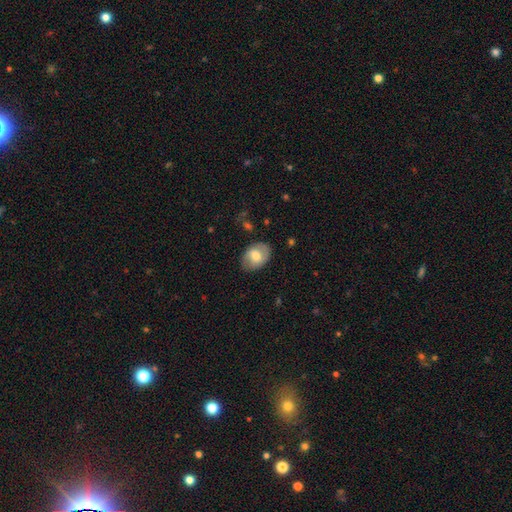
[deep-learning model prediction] Smooth or featured: smooth — 55% (featured or disk — 38%)
How rounded: in between — 80% (round — 19%)
Merging: none — 80% (minor disturbance — 14%)